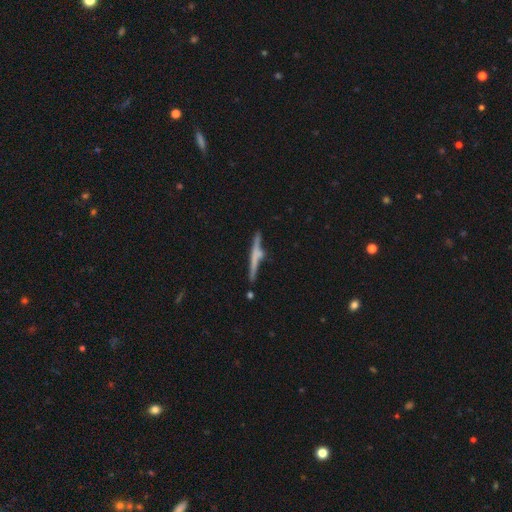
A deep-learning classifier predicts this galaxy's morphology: smooth_or_featured: featured or disk (p=0.59) [alt: smooth p=0.34]
disk_edge_on: yes (p=0.96) [alt: no p=0.04]
edge_on_bulge: none (p=0.41) [alt: rounded p=0.37]
merging: none (p=0.71) [alt: minor disturbance p=0.16]